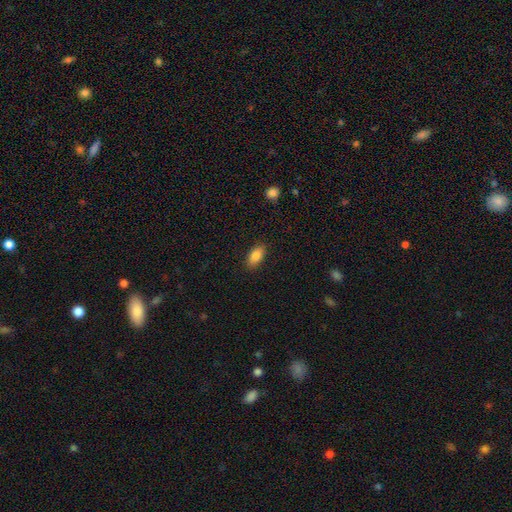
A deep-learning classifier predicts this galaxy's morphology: smooth 84%, featured or disk 9%, star or artifact 7%. Down the decision tree: how rounded — in between (90%); merging — none (88%).